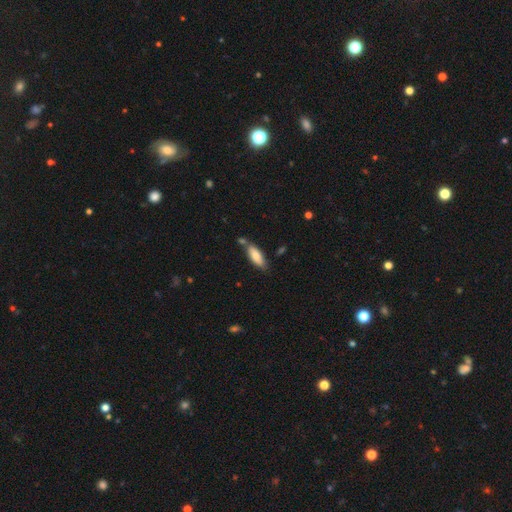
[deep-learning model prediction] smooth 78%, featured or disk 16%, star or artifact 6%. Down the decision tree: how rounded — in between (66%); merging — none (64%).